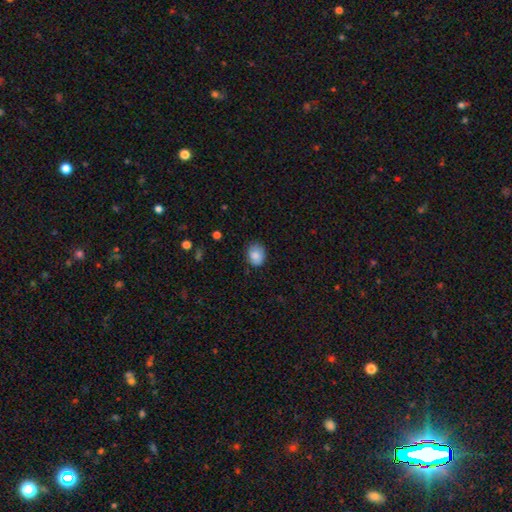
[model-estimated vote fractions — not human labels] Smooth or featured: smooth — 85% (star or artifact — 8%)
How rounded: round — 53% (in between — 46%)
Merging: none — 78% (minor disturbance — 18%)